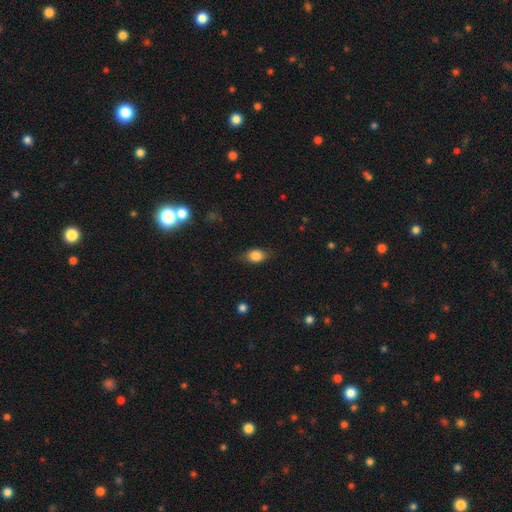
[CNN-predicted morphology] smooth-or-featured: smooth: 80% | featured or disk: 11% | star or artifact: 9%
  how-rounded: in between: 76% | round: 21% | cigar-shaped: 4%
  merging: none: 74% | minor disturbance: 20% | major disturbance: 5% | merger: 1%